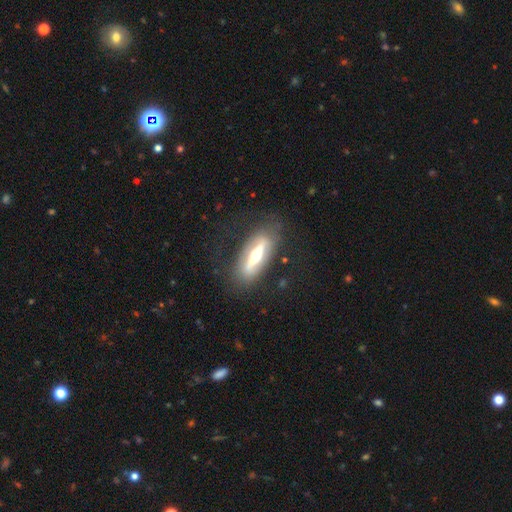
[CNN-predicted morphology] This is likely a featured or disk galaxy (67%). It is possibly viewed edge-on (51%). Merging: likely none (76%).